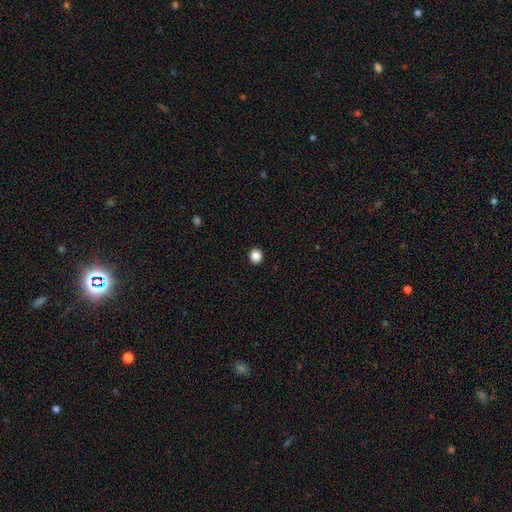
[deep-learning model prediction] Overall: smooth (86%). How rounded: round (87%). Merging: none (93%).